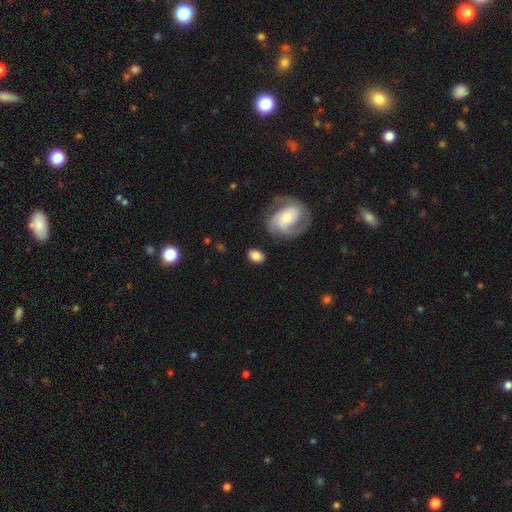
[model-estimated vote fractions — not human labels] Smooth or featured? Predicted: smooth (p=0.72). How rounded? Predicted: in between (p=0.79). Merging? Predicted: none (p=0.78).